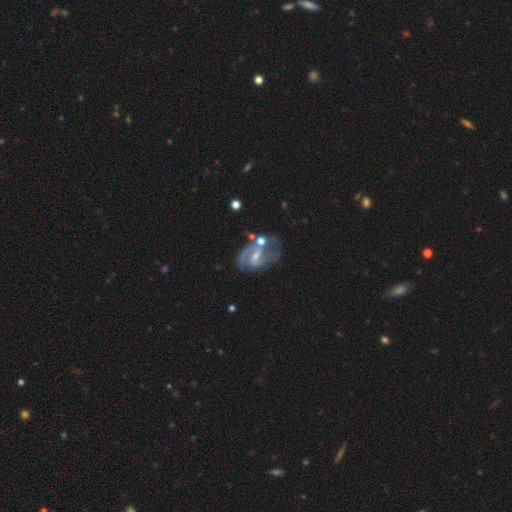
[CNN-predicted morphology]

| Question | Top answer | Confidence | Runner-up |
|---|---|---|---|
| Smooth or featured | featured or disk | 86% | smooth (8%) |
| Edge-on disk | no | 97% | yes (3%) |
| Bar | weak | 49% | strong (34%) |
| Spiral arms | yes | 94% | no (6%) |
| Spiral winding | medium | 55% | tight (27%) |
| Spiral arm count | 2 | 82% | can't tell (7%) |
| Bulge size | small | 53% | moderate (39%) |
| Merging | none | 55% | minor disturbance (19%) |